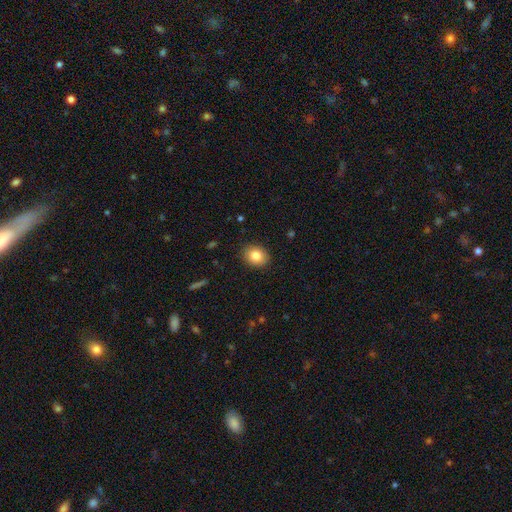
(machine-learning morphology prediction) smooth 85%, star or artifact 8%, featured or disk 7%. Down the decision tree: how rounded — round (50%); merging — none (88%).